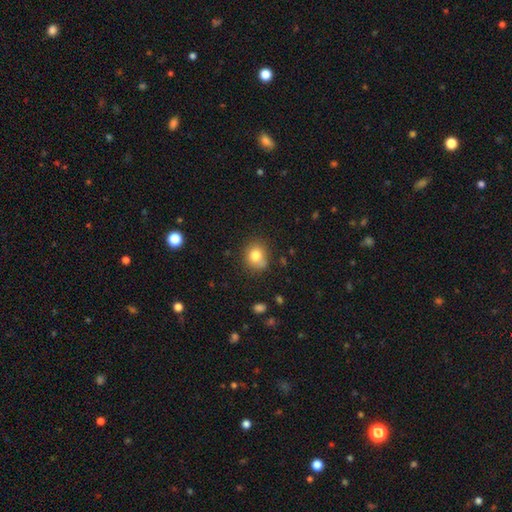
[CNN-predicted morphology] Smooth or featured: smooth — 80% (star or artifact — 11%)
How rounded: round — 73% (in between — 26%)
Merging: none — 73% (minor disturbance — 18%)